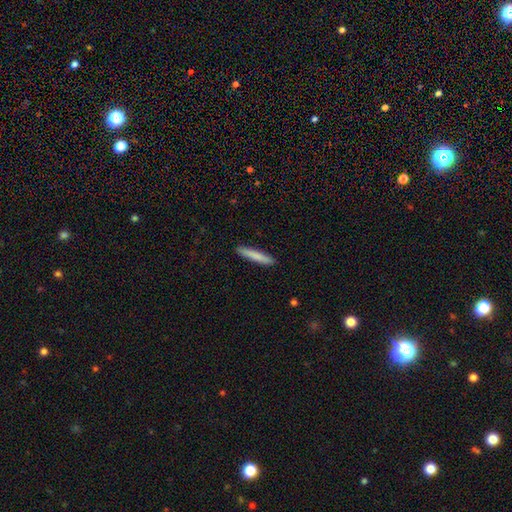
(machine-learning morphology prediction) This appears to be a smooth galaxy with no disk features (80%) that is cigar-shaped (94%). Merging: none (92%).